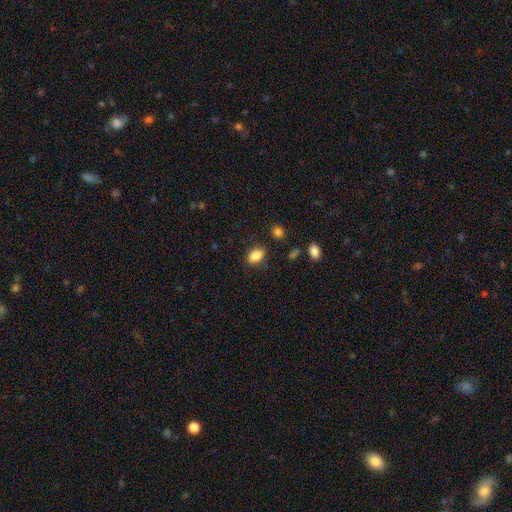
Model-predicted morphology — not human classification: A smooth galaxy with no disk features (87%) that is in between round and cigar-shaped (81%).

Vote fractions:
- Smooth or featured? smooth: 87% / star or artifact: 9% / featured or disk: 4%
- How rounded? in between: 81% / round: 17% / cigar-shaped: 1%
- Merging? none: 84% / minor disturbance: 11% / major disturbance: 3% / merger: 2%